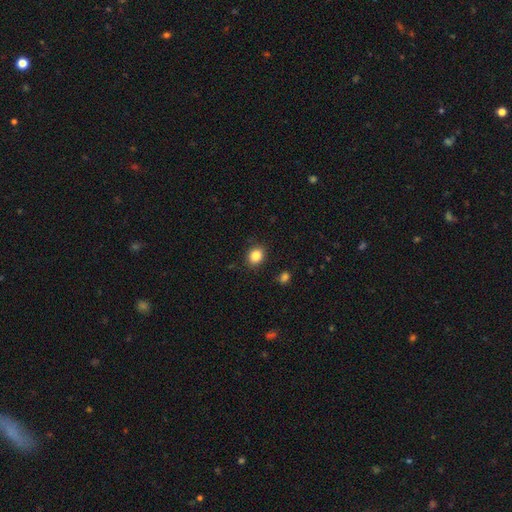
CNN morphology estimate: A smooth galaxy with no disk features (86%) that is round (60%). Merging: none (87%).